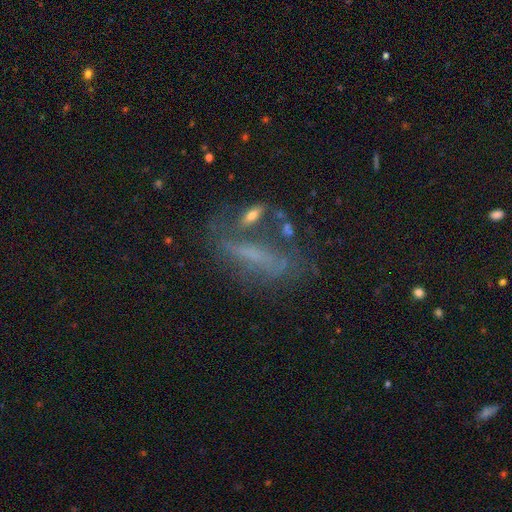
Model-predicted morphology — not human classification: type=featured or disk (51%); edge-on=no (71%); merging=none (42%).